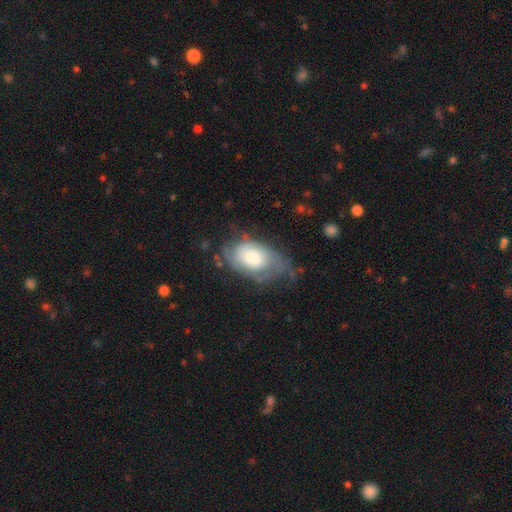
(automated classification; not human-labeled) Smooth or featured?
  - featured or disk: 59% *
  - smooth: 34%
  - star or artifact: 7%
Edge-on disk?
  - no: 95% *
  - yes: 5%
Bar?
  - no: 77% *
  - weak: 20%
  - strong: 4%
Spiral arms?
  - yes: 79% *
  - no: 21%
Bulge size?
  - moderate: 41% *
  - large: 28%
  - small: 24%
  - dominant: 5%
  - none: 3%
Merging?
  - none: 44% *
  - minor disturbance: 30%
  - major disturbance: 25%
  - merger: 2%